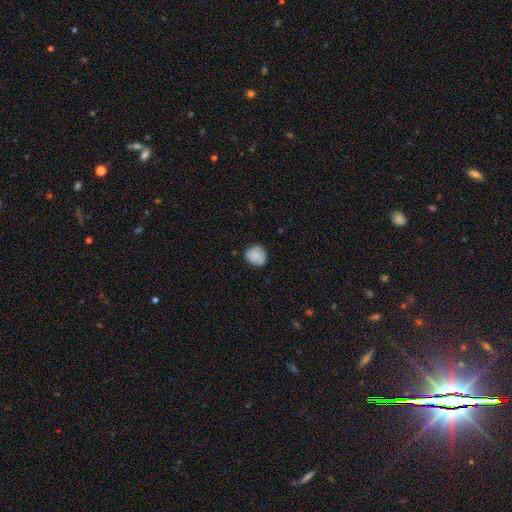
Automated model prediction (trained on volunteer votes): This is clearly a smooth galaxy (81%). How rounded: likely round (79%). Merging: likely none (77%).